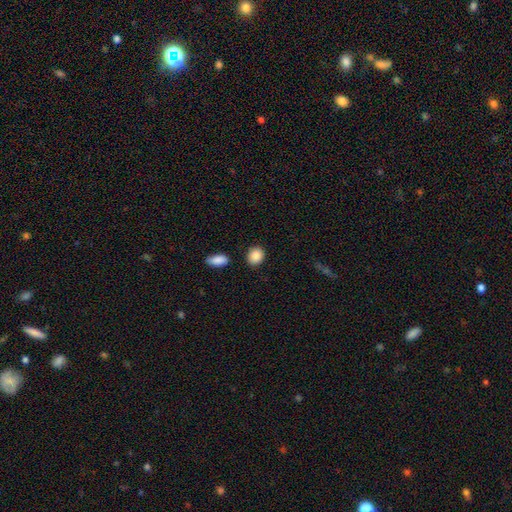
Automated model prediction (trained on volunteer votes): This is clearly a smooth galaxy (89%). How rounded: likely round (60%). Merging: clearly none (86%).